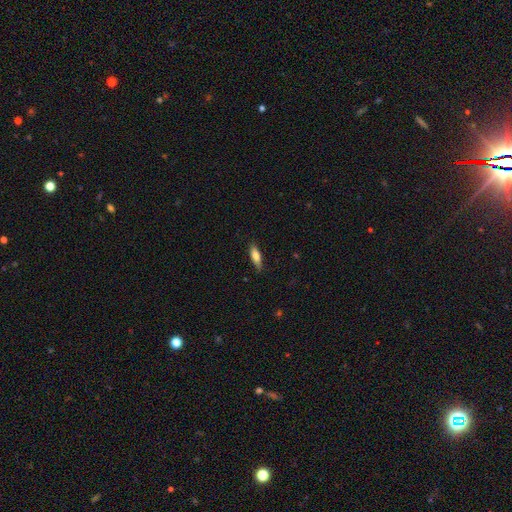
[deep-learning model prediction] This appears to be a smooth galaxy with no disk features (71%) that is cigar-shaped (50%). Merging: none (83%).